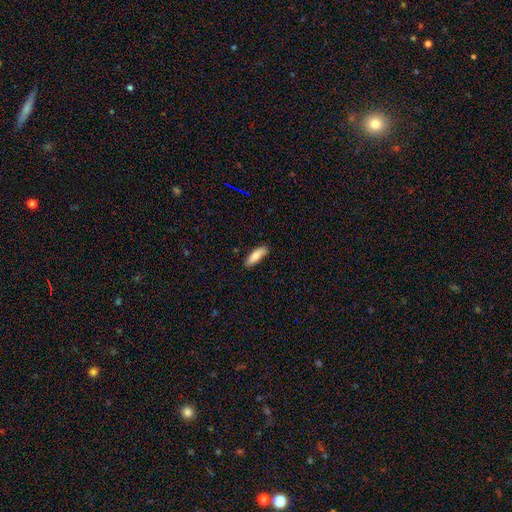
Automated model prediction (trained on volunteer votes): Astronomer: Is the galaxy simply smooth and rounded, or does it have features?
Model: smooth — 80%.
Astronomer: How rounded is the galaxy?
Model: in between — 52% (runner-up: cigar-shaped, 47%).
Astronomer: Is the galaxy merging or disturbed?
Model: none — 87%.